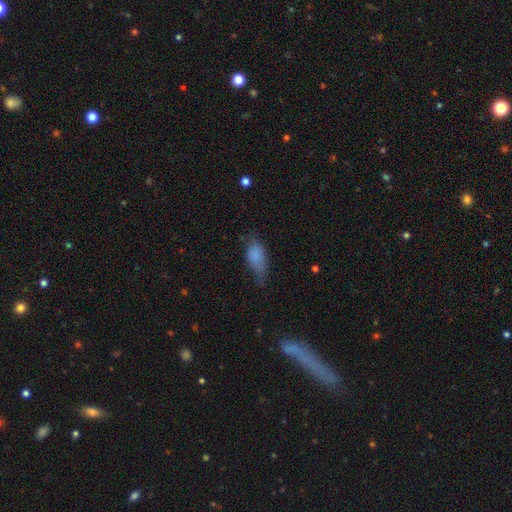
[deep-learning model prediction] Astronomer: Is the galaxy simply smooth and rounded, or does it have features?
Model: smooth — 80%.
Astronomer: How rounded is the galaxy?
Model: in between — 84%.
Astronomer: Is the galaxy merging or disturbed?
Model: none — 47% (runner-up: minor disturbance, 36%).